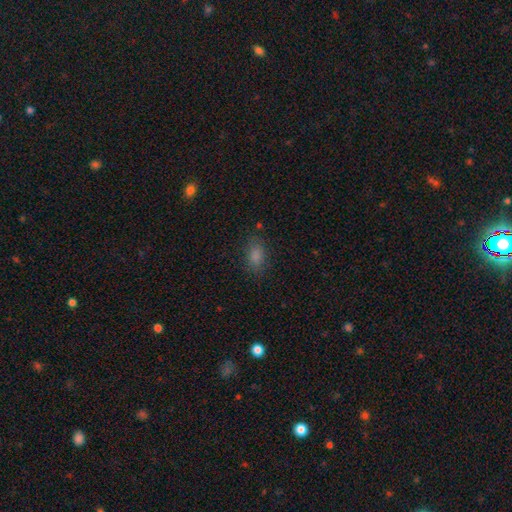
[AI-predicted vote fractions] Q: Smooth or featured?
A: smooth (82%); runner-up: star or artifact (12%)
Q: How rounded?
A: in between (83%); runner-up: round (15%)
Q: Merging?
A: none (80%); runner-up: minor disturbance (14%)